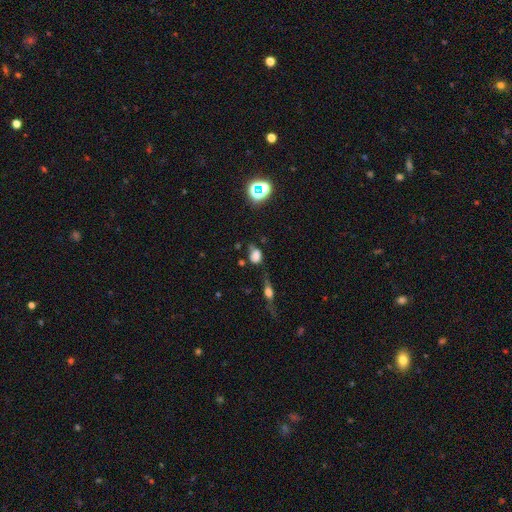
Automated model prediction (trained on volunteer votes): The model was most divided on "merging": none: 44%, minor disturbance: 29%, major disturbance: 17%, merger: 10%. More confident: smooth or featured — smooth (66%); how rounded — in between (61%).